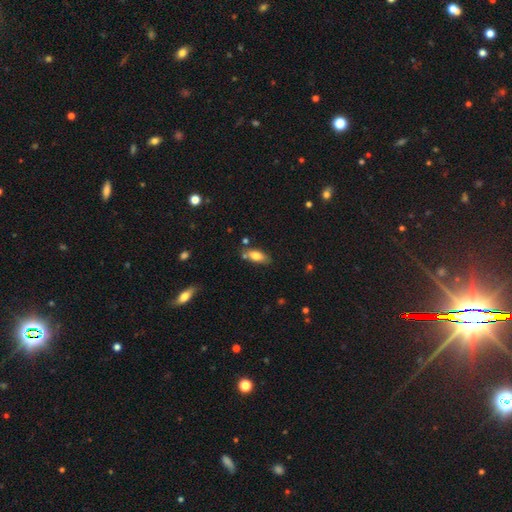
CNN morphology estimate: The model was most divided on "merging": none: 67%, minor disturbance: 18%, merger: 11%, major disturbance: 4%. More confident: how rounded — in between (82%); smooth or featured — smooth (75%).